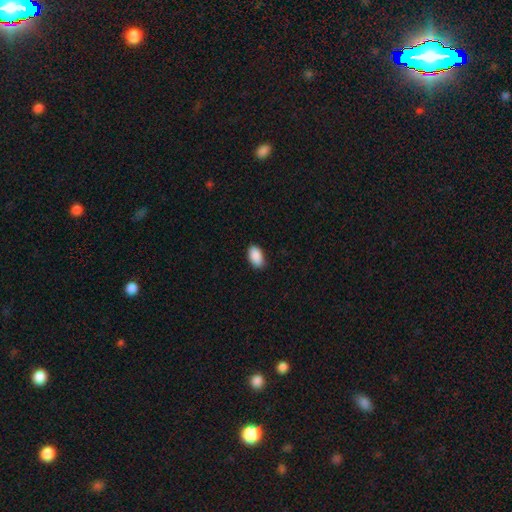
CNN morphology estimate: Smooth or featured?
  - smooth: 90% *
  - star or artifact: 6%
  - featured or disk: 4%
How rounded?
  - in between: 94% *
  - round: 4%
  - cigar-shaped: 2%
Merging?
  - none: 87% *
  - minor disturbance: 10%
  - major disturbance: 2%
  - merger: 1%